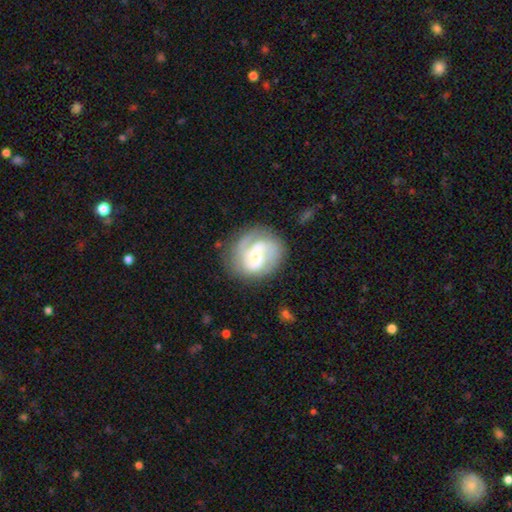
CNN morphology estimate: Smooth or featured: featured or disk — 82% (smooth — 12%)
Edge-on disk: no — 98% (yes — 2%)
Bar: no — 48% (weak — 41%)
Spiral arms: yes — 95% (no — 5%)
Spiral winding: medium — 47% (tight — 36%)
Spiral arm count: 2 — 63% (3 — 15%)
Bulge size: small — 55% (moderate — 38%)
Merging: none — 72% (minor disturbance — 17%)